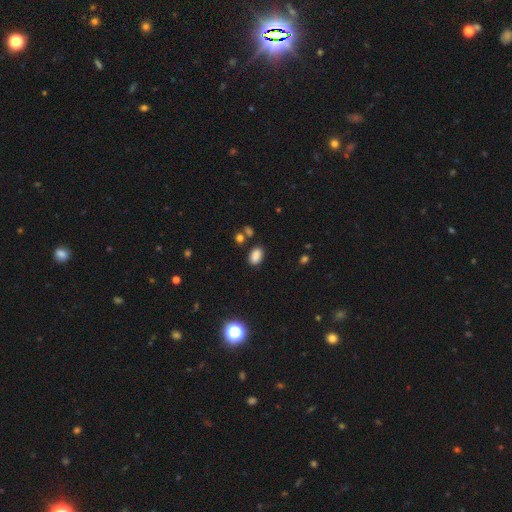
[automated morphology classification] Smooth or featured? Predicted: smooth (p=0.83). How rounded? Predicted: in between (p=0.87). Merging? Predicted: none (p=0.81).